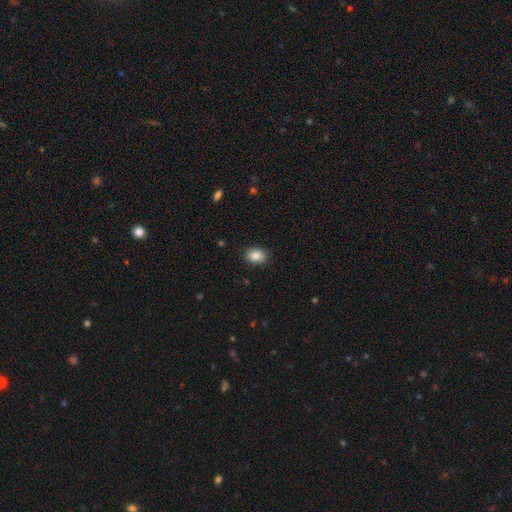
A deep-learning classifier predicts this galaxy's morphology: Smooth or featured? smooth (85%)
How rounded? in between (64%)
Merging? none (88%)